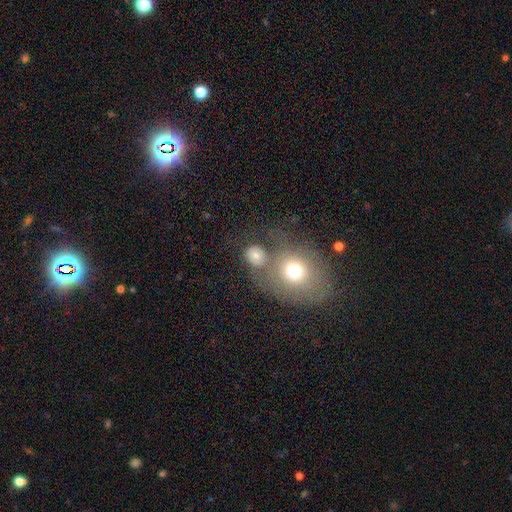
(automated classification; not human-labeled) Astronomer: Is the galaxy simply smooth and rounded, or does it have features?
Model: smooth — 72%.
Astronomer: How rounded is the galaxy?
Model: round — 75%.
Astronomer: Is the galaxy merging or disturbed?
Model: none — 47% (runner-up: merger, 33%).